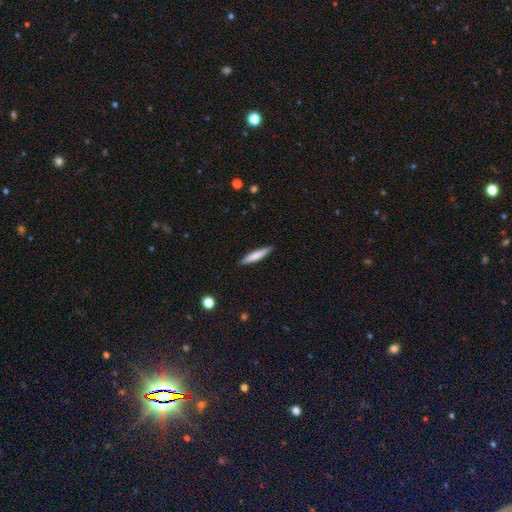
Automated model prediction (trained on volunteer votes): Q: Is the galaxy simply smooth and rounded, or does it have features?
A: smooth — 75%.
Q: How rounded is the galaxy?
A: cigar-shaped — 90%.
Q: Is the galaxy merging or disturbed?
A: none — 89%.